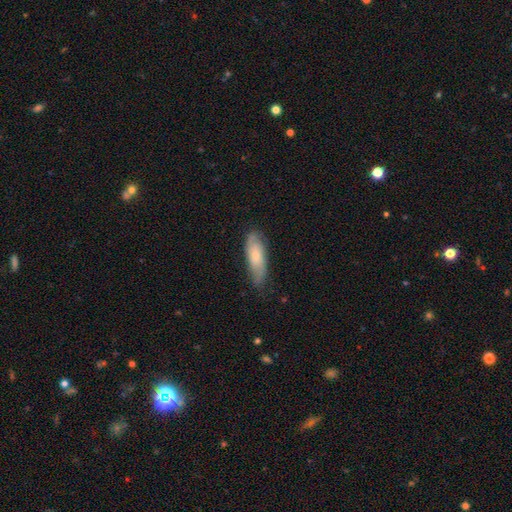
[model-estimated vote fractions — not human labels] Q: Smooth or featured?
A: smooth (59%); runner-up: featured or disk (35%)
Q: How rounded?
A: in between (61%); runner-up: cigar-shaped (37%)
Q: Merging?
A: none (71%); runner-up: minor disturbance (23%)